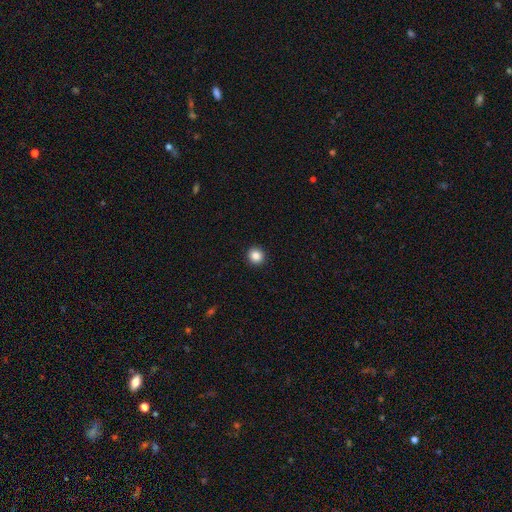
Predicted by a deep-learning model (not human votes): This is clearly a smooth galaxy (86%). How rounded: clearly round (94%). Merging: clearly none (93%).